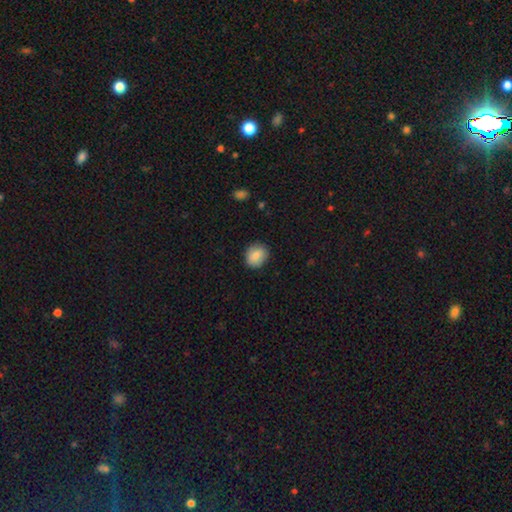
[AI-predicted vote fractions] A smooth galaxy with no disk features (82%) that is round (69%). Merging: none (86%).